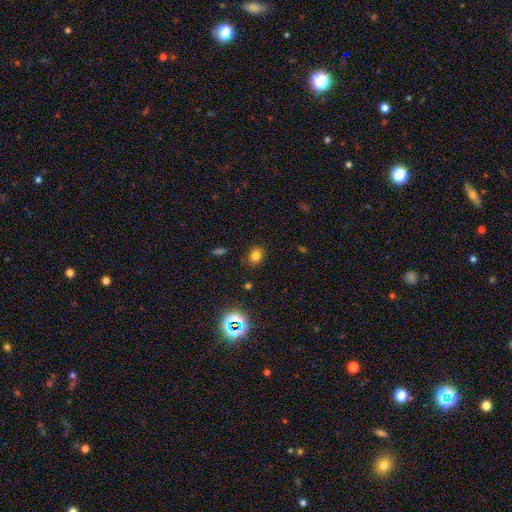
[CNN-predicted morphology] This is likely a smooth galaxy (75%). How rounded: possibly round (55%). Merging: clearly none (84%).